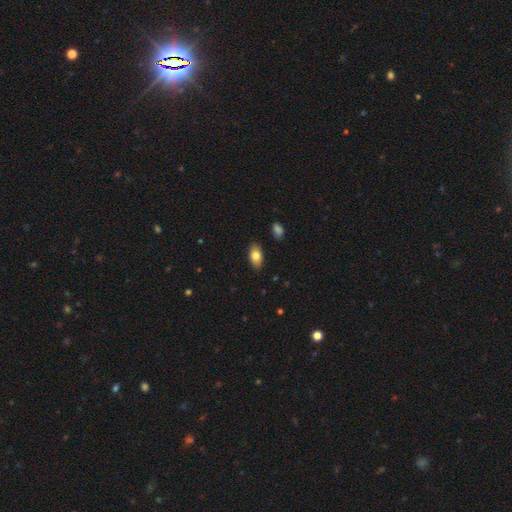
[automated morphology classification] smooth_or_featured: smooth (p=0.80) [alt: featured or disk p=0.13]
how_rounded: in between (p=0.92) [alt: round p=0.05]
merging: none (p=0.87) [alt: minor disturbance p=0.10]